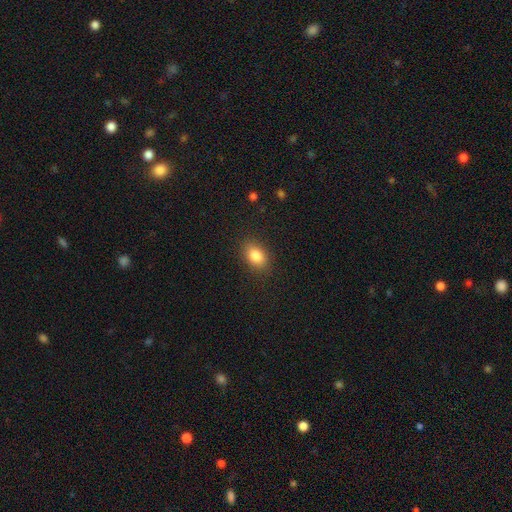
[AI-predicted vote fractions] smooth_or_featured: smooth (p=0.84) [alt: star or artifact p=0.09]
how_rounded: in between (p=0.81) [alt: round p=0.18]
merging: none (p=0.86) [alt: minor disturbance p=0.10]